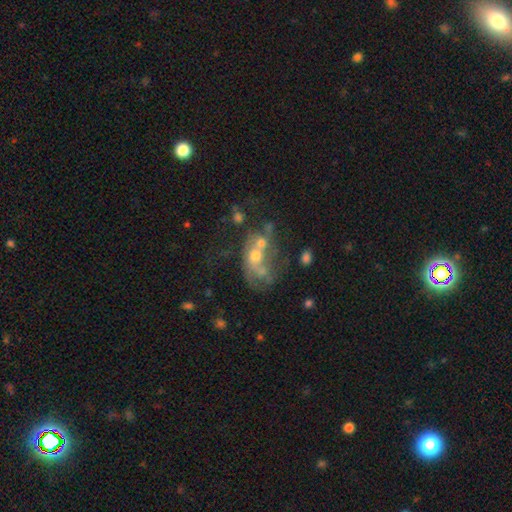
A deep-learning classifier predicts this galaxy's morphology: smooth_or_featured: featured or disk (p=0.58) [alt: smooth p=0.22]
disk_edge_on: no (p=0.96) [alt: yes p=0.04]
bar: no (p=0.83) [alt: weak p=0.14]
has_spiral_arms: no (p=0.66) [alt: yes p=0.34]
bulge_size: moderate (p=0.43) [alt: small p=0.36]
merging: merger (p=0.36) [alt: none p=0.26]